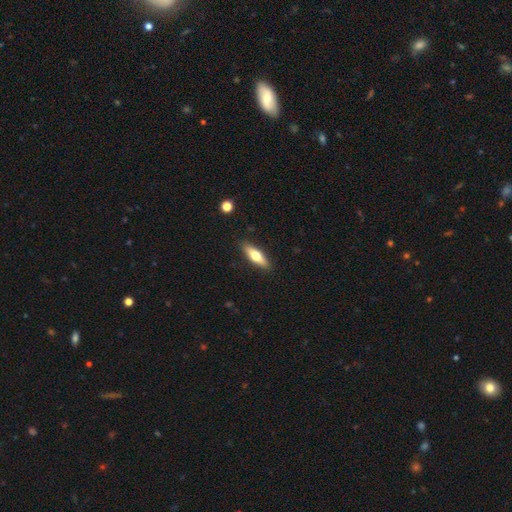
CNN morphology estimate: The model was most divided on "how rounded": cigar-shaped: 51%, in between: 47%, round: 2%. More confident: merging — none (89%); smooth or featured — smooth (60%).